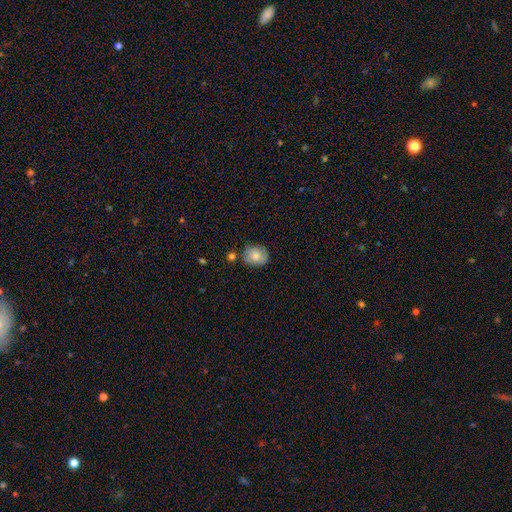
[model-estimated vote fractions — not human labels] Q: Smooth or featured?
A: smooth (80%); runner-up: featured or disk (12%)
Q: How rounded?
A: round (59%); runner-up: in between (40%)
Q: Merging?
A: none (71%); runner-up: minor disturbance (18%)